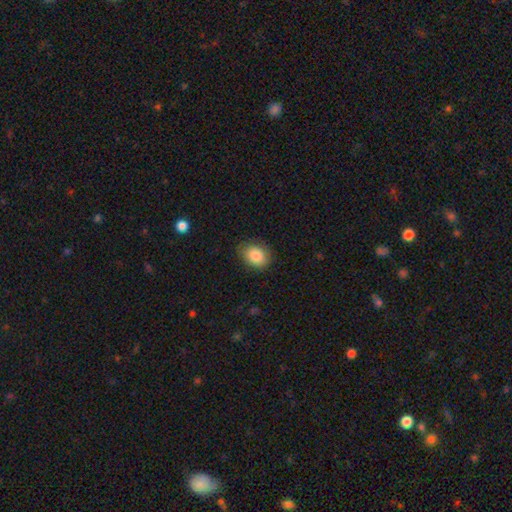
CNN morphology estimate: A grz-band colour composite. It shows a smooth galaxy with no disk features (84%) that is in between round and cigar-shaped (64%). Merging: none (79%).